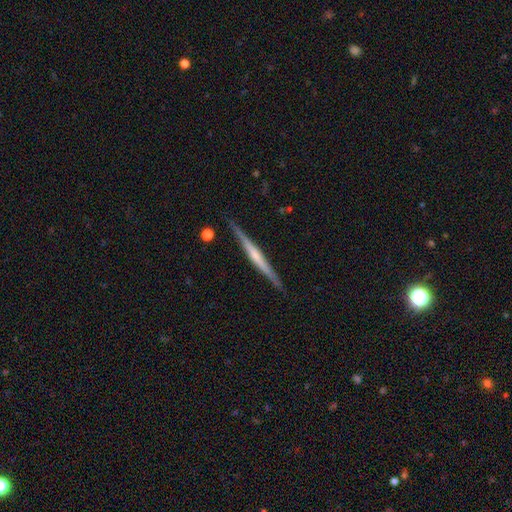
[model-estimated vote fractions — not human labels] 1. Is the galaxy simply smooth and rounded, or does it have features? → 69% featured or disk, 25% smooth, 5% star or artifact.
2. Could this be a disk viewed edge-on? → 98% yes, 2% no.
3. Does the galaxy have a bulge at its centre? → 46% none, 40% rounded, 15% boxy.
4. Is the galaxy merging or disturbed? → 88% none, 9% minor disturbance, 2% major disturbance, 1% merger.